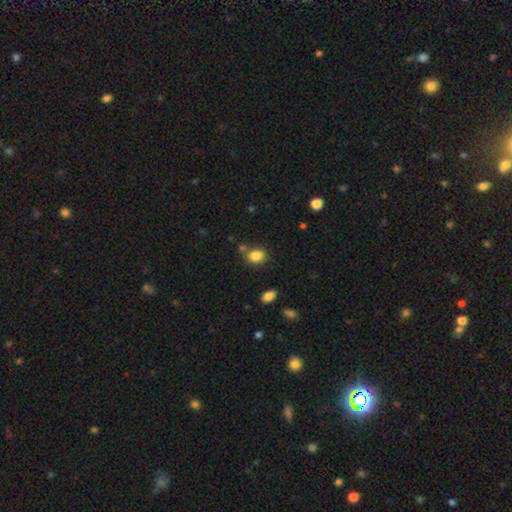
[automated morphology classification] The model was most divided on "how rounded": round: 52%, in between: 47%, cigar-shaped: 1%. More confident: smooth or featured — smooth (85%); merging — none (71%).